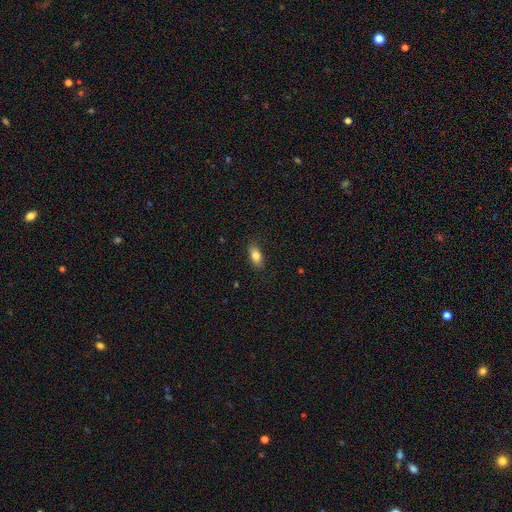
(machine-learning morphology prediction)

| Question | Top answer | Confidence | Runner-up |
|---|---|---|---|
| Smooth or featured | smooth | 82% | featured or disk (11%) |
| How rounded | in between | 88% | cigar-shaped (8%) |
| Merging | none | 87% | minor disturbance (10%) |